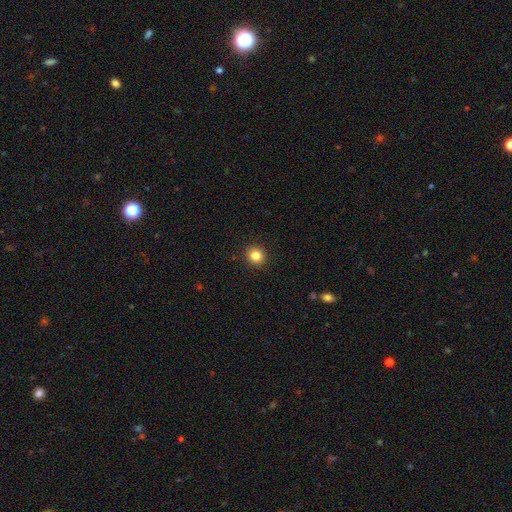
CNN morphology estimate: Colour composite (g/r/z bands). It shows a smooth galaxy with no disk features (84%) that is round (90%). Merging: none (92%).